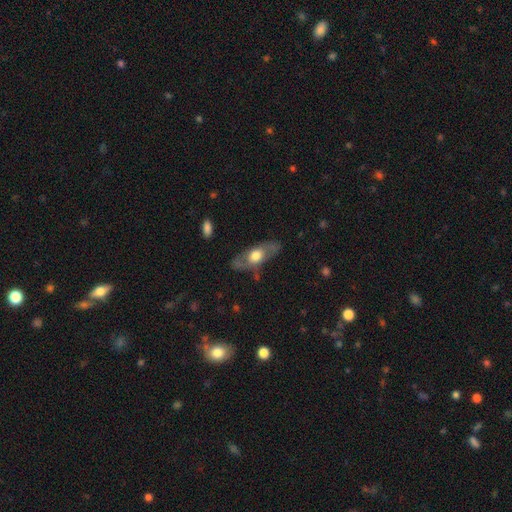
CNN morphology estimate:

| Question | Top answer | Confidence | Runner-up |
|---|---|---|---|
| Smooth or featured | featured or disk | 50% | smooth (44%) |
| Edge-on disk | no | 60% | yes (40%) |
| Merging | none | 71% | minor disturbance (19%) |